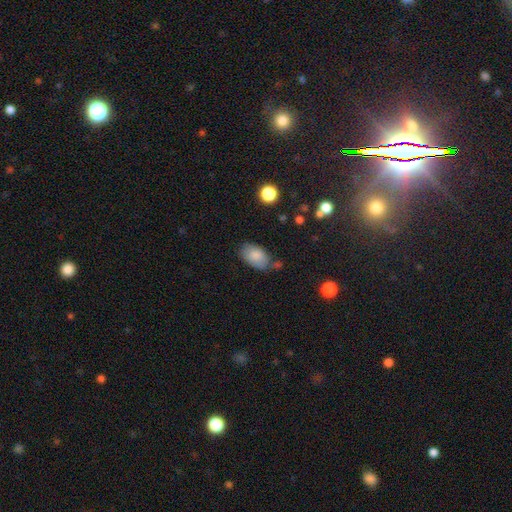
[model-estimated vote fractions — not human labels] This appears to be a smooth galaxy with no disk features (85%) that is in between round and cigar-shaped (92%). Merging: none (65%).